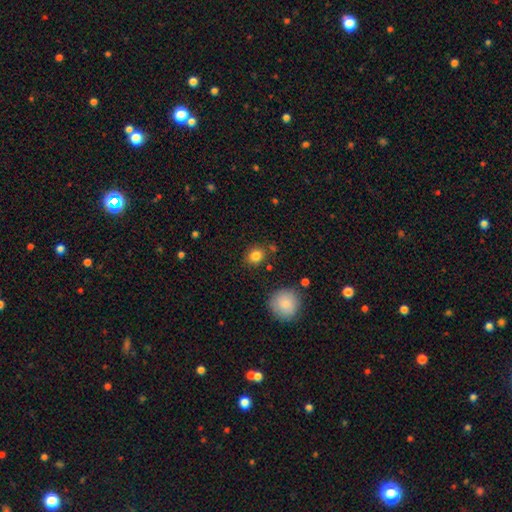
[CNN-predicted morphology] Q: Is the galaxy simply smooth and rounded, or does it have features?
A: smooth — 84%.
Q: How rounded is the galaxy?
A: round — 72%.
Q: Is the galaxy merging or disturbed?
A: none — 81%.